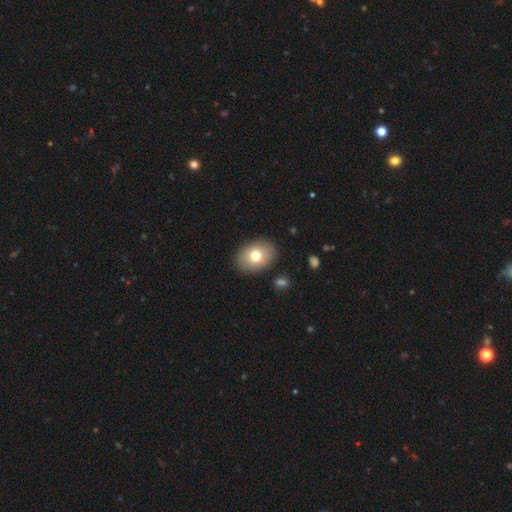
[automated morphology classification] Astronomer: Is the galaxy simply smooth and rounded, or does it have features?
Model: smooth — 75%.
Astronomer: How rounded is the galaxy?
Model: in between — 75%.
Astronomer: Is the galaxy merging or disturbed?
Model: none — 88%.